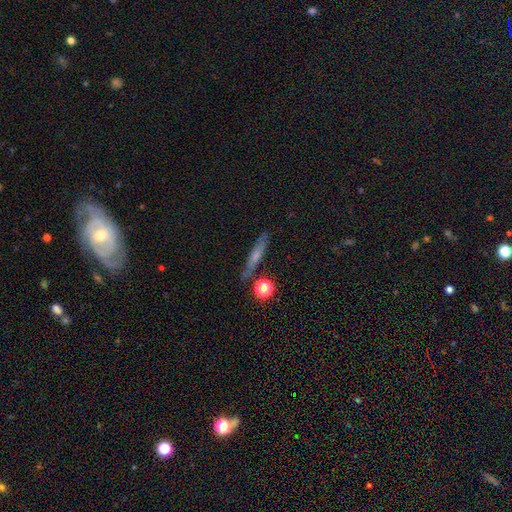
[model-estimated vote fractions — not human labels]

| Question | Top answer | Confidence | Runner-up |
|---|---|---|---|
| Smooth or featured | smooth | 45% | featured or disk (41%) |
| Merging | none | 80% | minor disturbance (12%) |